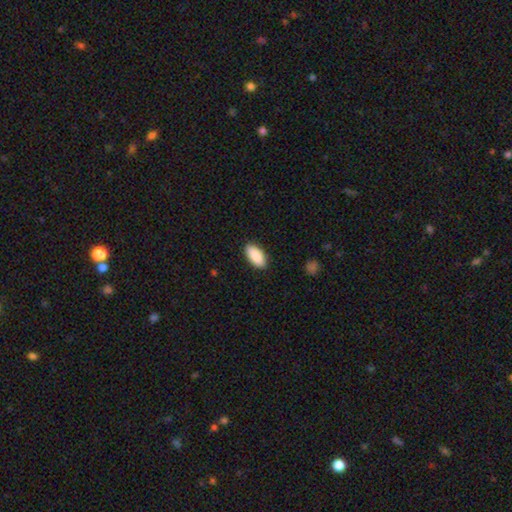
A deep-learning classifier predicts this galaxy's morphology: Q: Smooth or featured?
A: smooth (90%); runner-up: star or artifact (6%)
Q: How rounded?
A: in between (92%); runner-up: cigar-shaped (6%)
Q: Merging?
A: none (89%); runner-up: minor disturbance (8%)